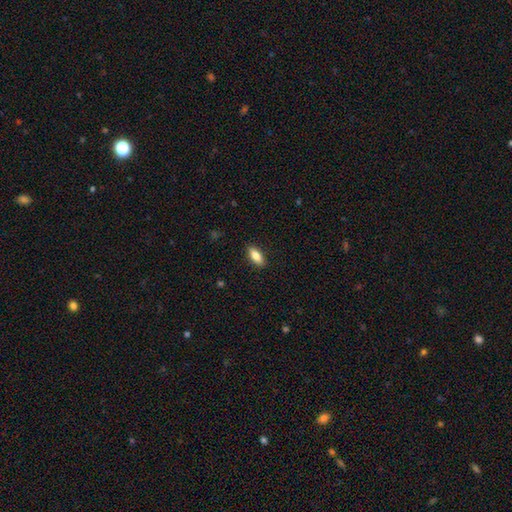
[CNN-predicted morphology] Smooth or featured? Predicted: smooth (p=0.80). How rounded? Predicted: in between (p=0.78). Merging? Predicted: none (p=0.89).